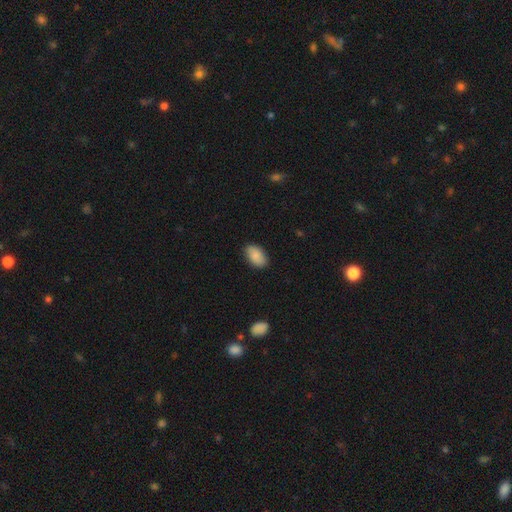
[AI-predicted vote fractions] The model was most divided on "merging": none: 84%, minor disturbance: 12%, major disturbance: 2%, merger: 1%. More confident: how rounded — in between (93%); smooth or featured — smooth (86%).